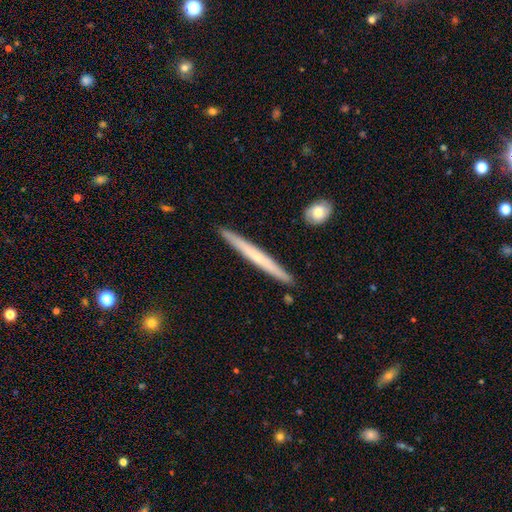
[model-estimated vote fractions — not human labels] The model was most divided on "smooth or featured": smooth: 48%, featured or disk: 47%, star or artifact: 6%. More confident: merging — none (91%).